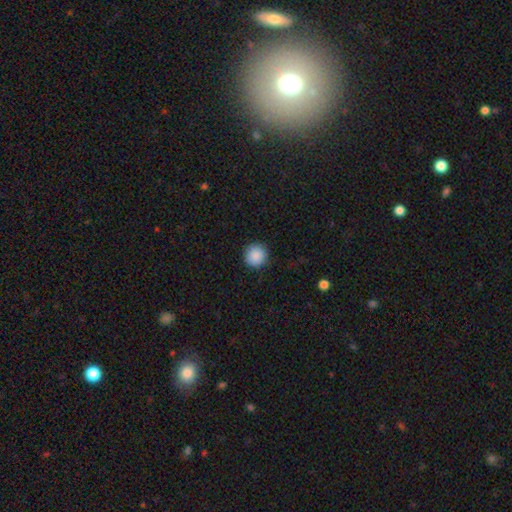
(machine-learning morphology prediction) Smooth or featured? Predicted: smooth (p=0.89). How rounded? Predicted: round (p=0.95). Merging? Predicted: none (p=0.92).